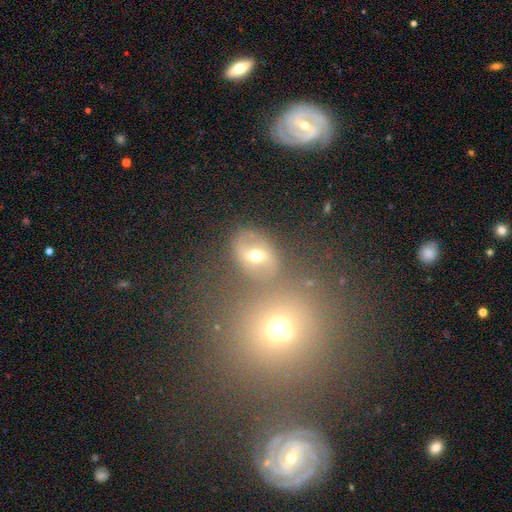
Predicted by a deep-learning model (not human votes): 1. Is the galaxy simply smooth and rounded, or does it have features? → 45% featured or disk, 38% smooth, 17% star or artifact.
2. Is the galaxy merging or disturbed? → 65% none, 14% minor disturbance, 14% merger, 7% major disturbance.